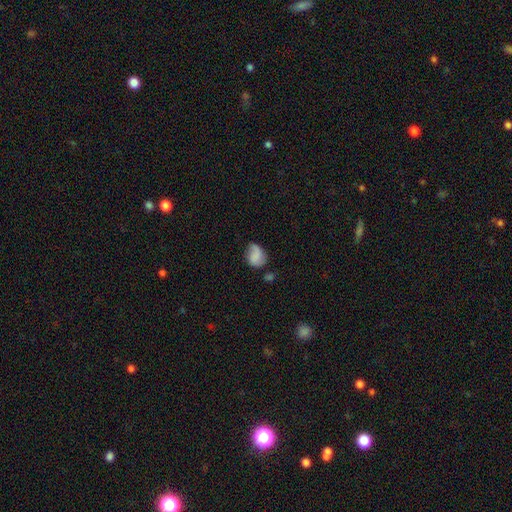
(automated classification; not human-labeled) Smooth or featured?
  - smooth: 65% *
  - featured or disk: 25%
  - star or artifact: 10%
How rounded?
  - in between: 62% *
  - round: 37%
  - cigar-shaped: 1%
Merging?
  - none: 46% *
  - minor disturbance: 34%
  - major disturbance: 15%
  - merger: 5%